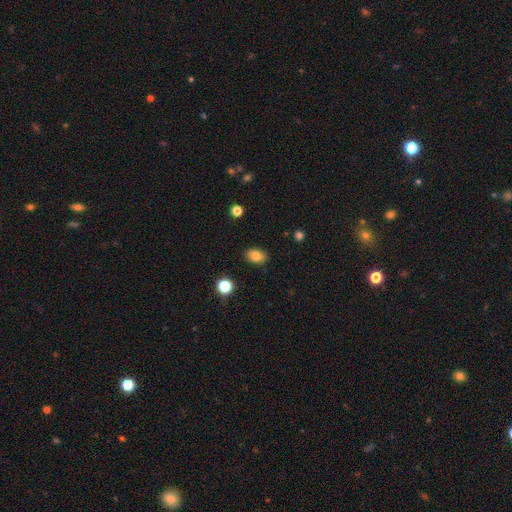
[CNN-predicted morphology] A smooth galaxy with no disk features (82%) that is in between round and cigar-shaped (82%).

Vote fractions:
- Smooth or featured? smooth: 82% / star or artifact: 10% / featured or disk: 9%
- How rounded? in between: 82% / round: 16% / cigar-shaped: 1%
- Merging? none: 87% / minor disturbance: 9% / major disturbance: 2% / merger: 1%